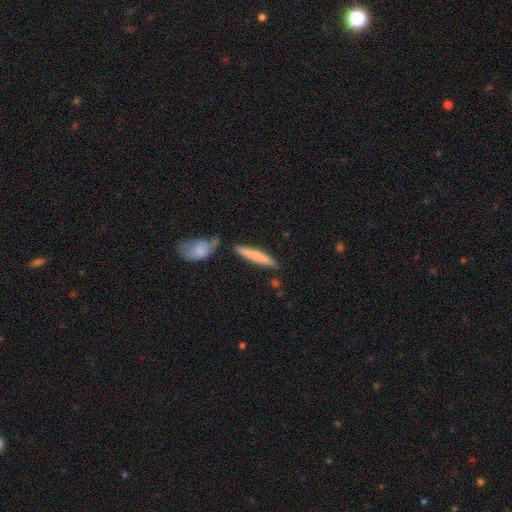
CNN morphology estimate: This is likely a smooth galaxy (69%). How rounded: clearly cigar-shaped (90%). Merging: likely none (74%).